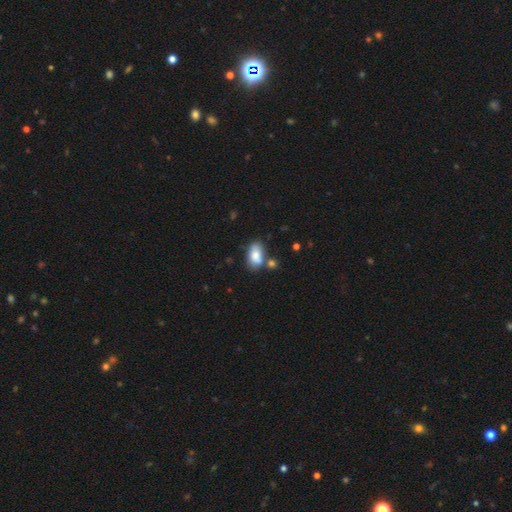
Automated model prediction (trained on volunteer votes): The model was most divided on "merging": none: 55%, merger: 21%, minor disturbance: 18%, major disturbance: 5%. More confident: how rounded — in between (91%); smooth or featured — smooth (81%).